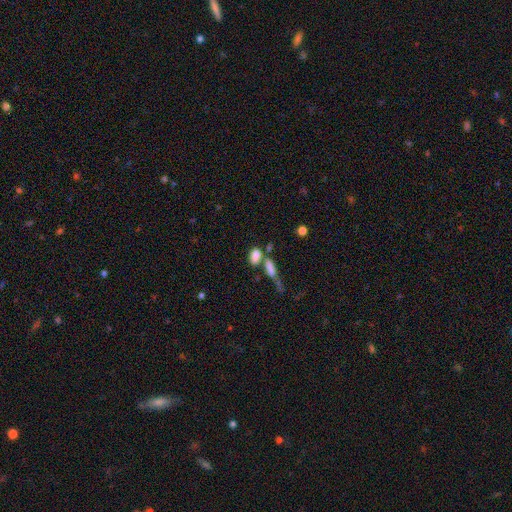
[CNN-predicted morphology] This appears to be a smooth galaxy with no disk features (78%) that is in between round and cigar-shaped (82%). Merging: merger (46%).